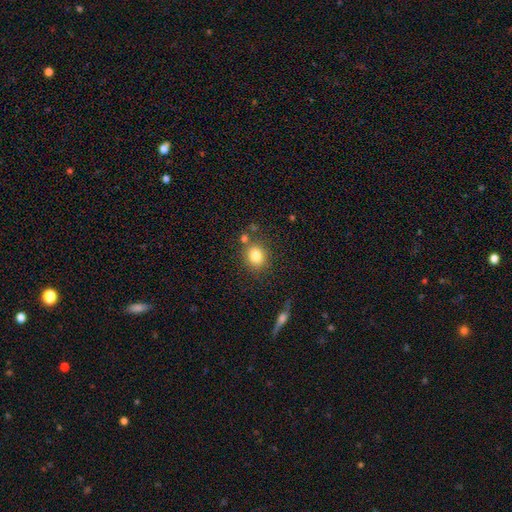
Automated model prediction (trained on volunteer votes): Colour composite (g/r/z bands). It shows a smooth galaxy with no disk features (82%) that is round (70%). Merging: none (77%).